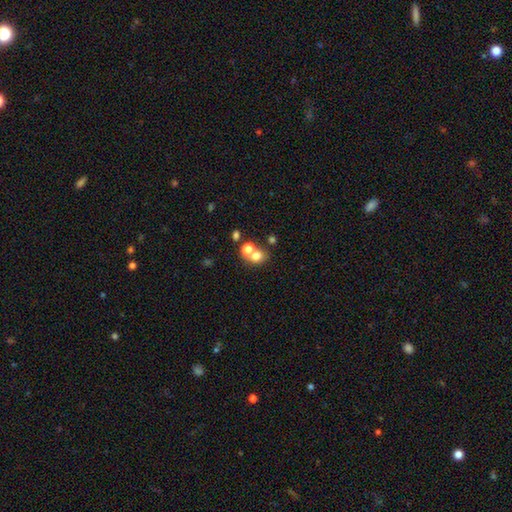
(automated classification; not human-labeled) The model was most divided on "merging": merger: 49%, none: 41%, minor disturbance: 6%, major disturbance: 4%. More confident: smooth or featured — smooth (72%); how rounded — round (70%).